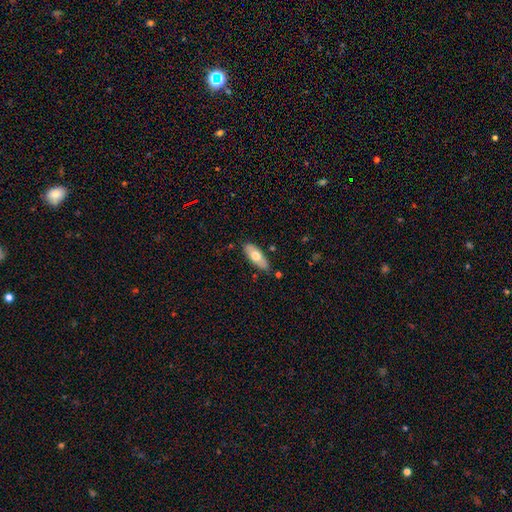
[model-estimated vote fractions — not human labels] This is likely a smooth galaxy (65%). How rounded: likely in between (76%). Merging: clearly none (82%).